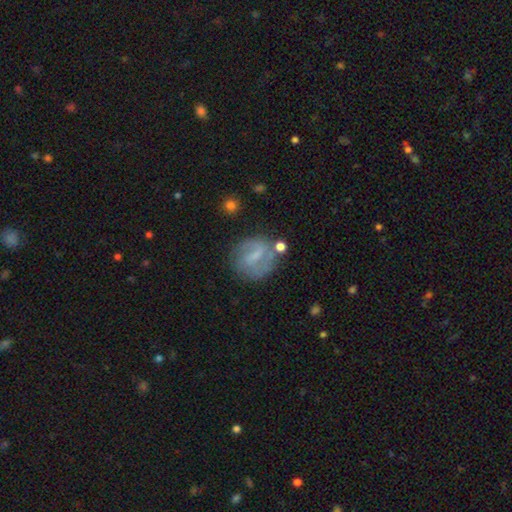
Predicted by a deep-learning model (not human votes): Morphology: type=featured or disk (59%); edge-on=no (96%); bar=weak (47%); spiral arms=yes (71%); bulge=small (44%); merging=none (63%).